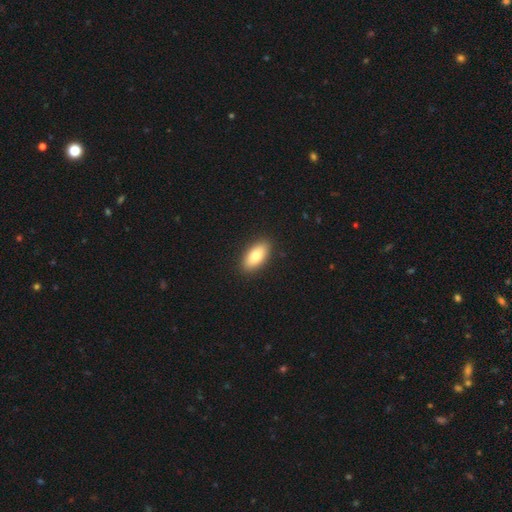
smooth-or-featured: smooth: 74% | featured or disk: 24% | star or artifact: 3%
  how-rounded: in between: 82% | cigar-shaped: 14% | round: 4%
  merging: none: 78% | minor disturbance: 14% | major disturbance: 8% | merger: 0%